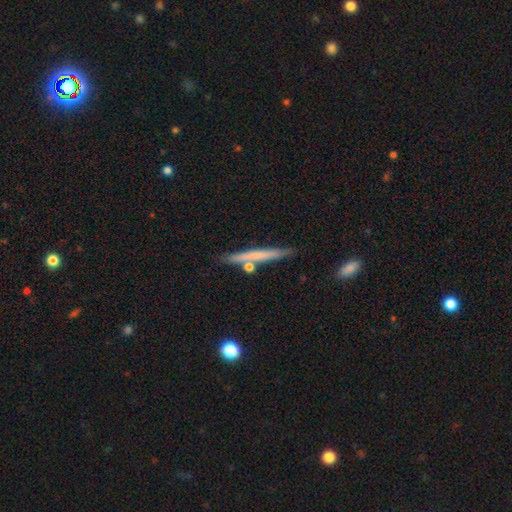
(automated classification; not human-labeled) This appears to be a smooth galaxy with no disk features (52%) that is cigar-shaped (96%). Merging: none (81%).